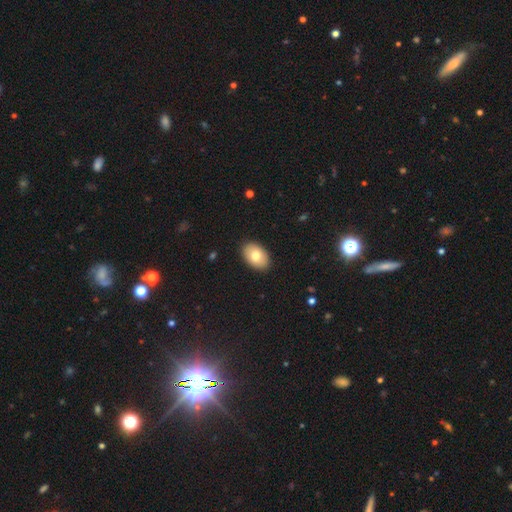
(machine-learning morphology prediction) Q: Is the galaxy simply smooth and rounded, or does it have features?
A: smooth — 77%.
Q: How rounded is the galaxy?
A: in between — 89%.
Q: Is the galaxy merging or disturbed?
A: none — 90%.